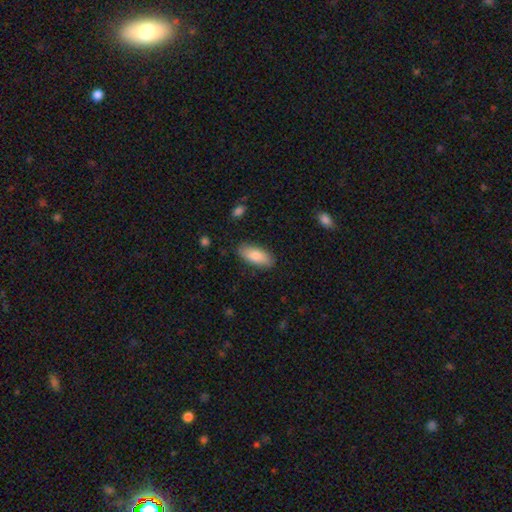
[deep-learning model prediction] smooth-or-featured: smooth: 84% | featured or disk: 10% | star or artifact: 6%
  how-rounded: in between: 85% | cigar-shaped: 13% | round: 2%
  merging: none: 86% | minor disturbance: 10% | major disturbance: 2% | merger: 1%